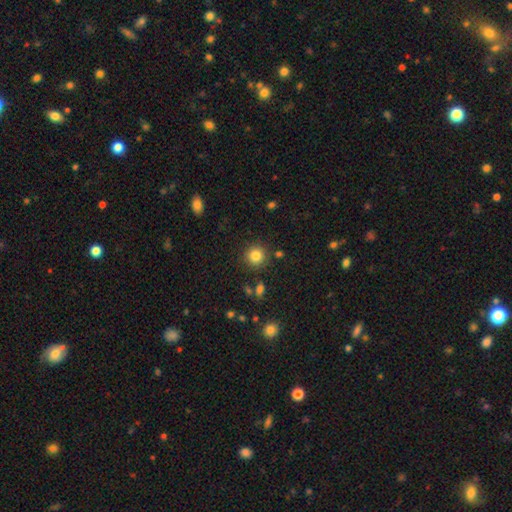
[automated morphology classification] Q: Smooth or featured?
A: smooth (83%); runner-up: star or artifact (11%)
Q: How rounded?
A: round (93%); runner-up: in between (7%)
Q: Merging?
A: none (86%); runner-up: minor disturbance (7%)